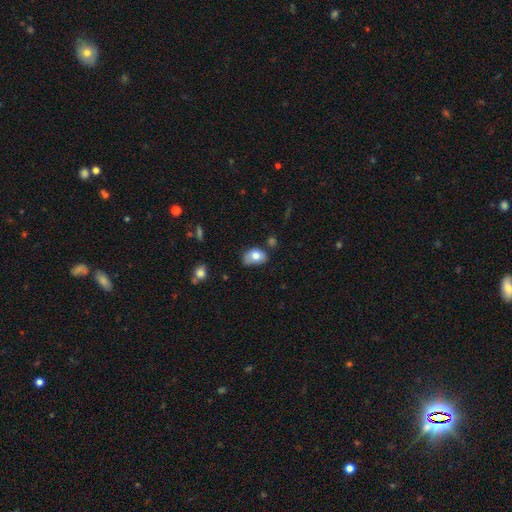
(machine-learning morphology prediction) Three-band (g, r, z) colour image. It shows a smooth galaxy with no disk features (76%) that is in between round and cigar-shaped (81%). Merging: none (41%).